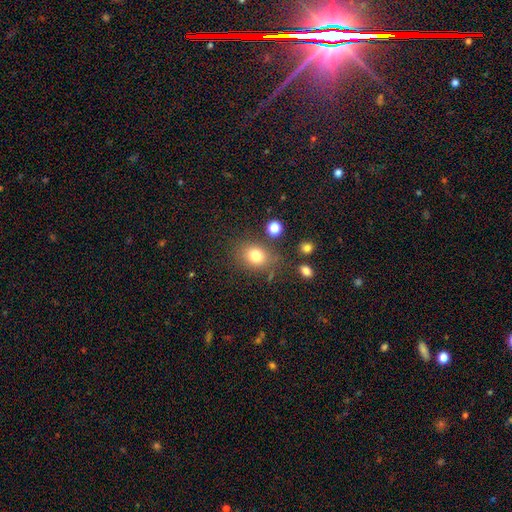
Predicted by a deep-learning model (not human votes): Smooth or featured? smooth (79%)
How rounded? round (51%)
Merging? none (75%)